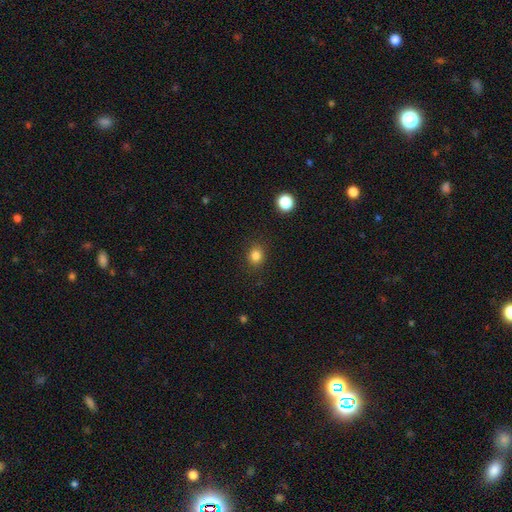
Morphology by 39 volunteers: type=smooth (87%); roundness=round (76%); merging=none (86%).